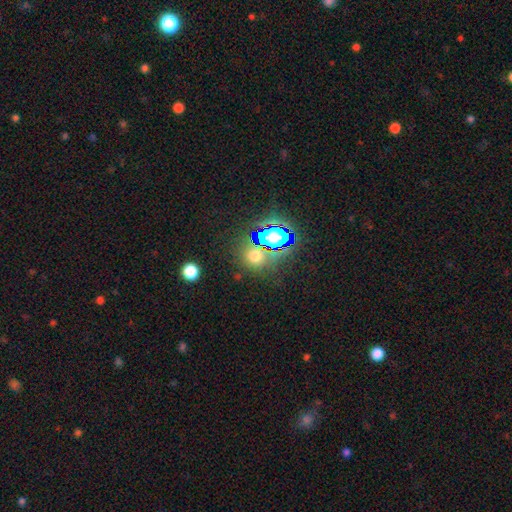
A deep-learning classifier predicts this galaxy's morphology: This is possibly a smooth galaxy (49%). Merging: likely none (75%).